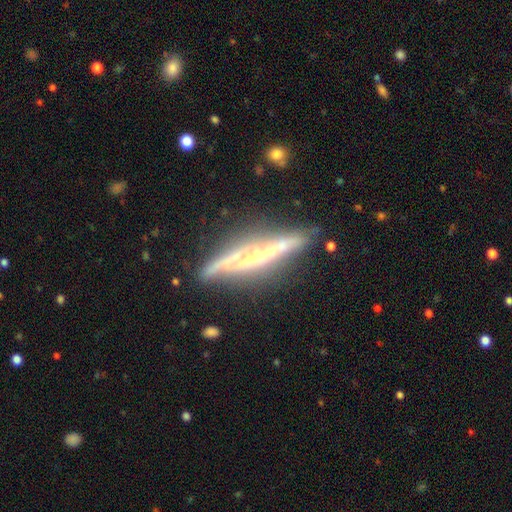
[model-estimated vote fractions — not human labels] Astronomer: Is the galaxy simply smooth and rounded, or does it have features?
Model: featured or disk — 79%.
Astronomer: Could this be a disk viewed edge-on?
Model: yes — 94%.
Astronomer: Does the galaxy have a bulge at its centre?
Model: none — 48% (runner-up: rounded, 36%).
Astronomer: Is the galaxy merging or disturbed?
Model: none — 77%.